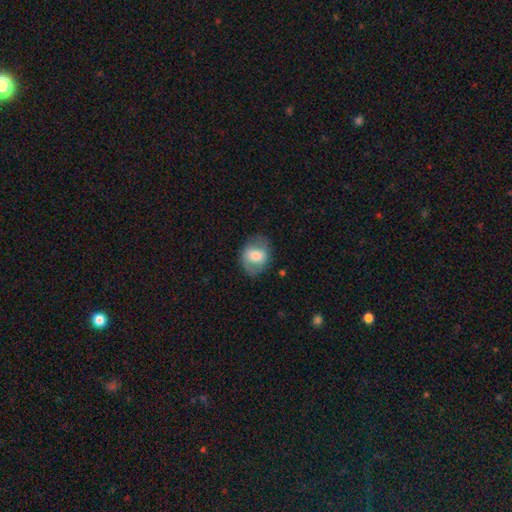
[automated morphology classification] smooth_or_featured: smooth (p=0.59) [alt: featured or disk p=0.34]
how_rounded: in between (p=0.52) [alt: round p=0.47]
merging: none (p=0.71) [alt: minor disturbance p=0.18]